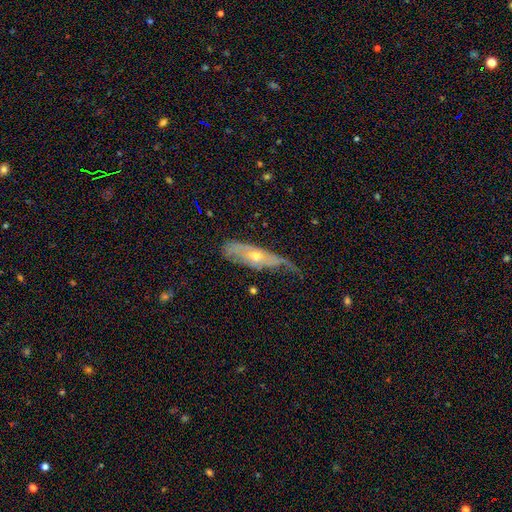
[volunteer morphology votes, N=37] type=featured or disk (59%); edge-on=no (59%); bar=no (77%); spiral arms=yes (62%); winding=tight (50%, tied with medium); arm count=can't tell (88%); bulge=moderate (62%); merging=none (42%).